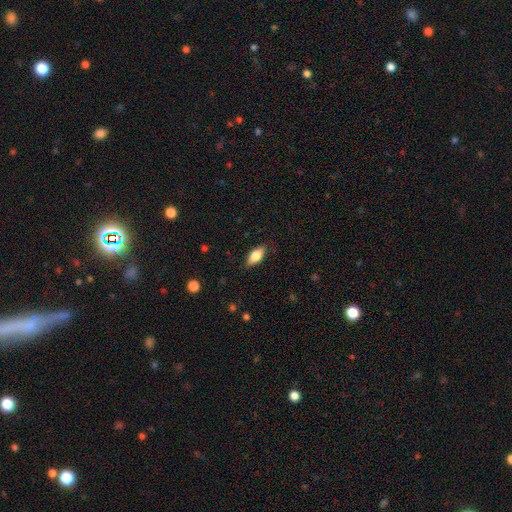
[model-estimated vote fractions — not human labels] Morphology: type=smooth (71%); roundness=in between (82%); merging=none (84%).